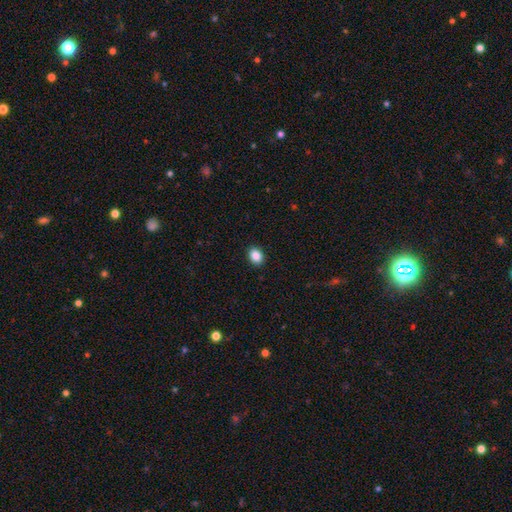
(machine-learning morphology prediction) Smooth or featured? smooth (88%)
How rounded? in between (63%)
Merging? none (91%)